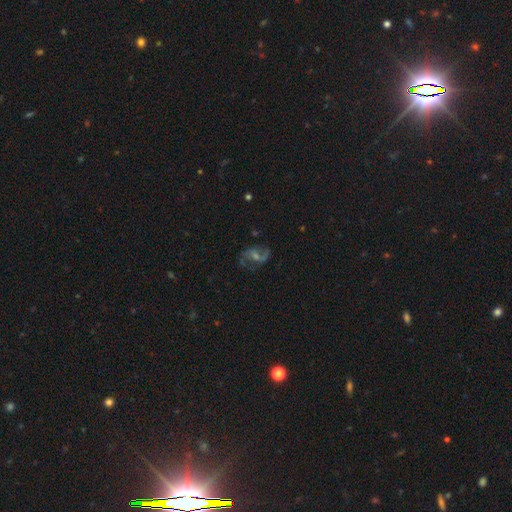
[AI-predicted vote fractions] Smooth or featured?
  - featured or disk: 78% *
  - star or artifact: 13%
  - smooth: 9%
Edge-on disk?
  - no: 97% *
  - yes: 3%
Bar?
  - weak: 48% *
  - no: 34%
  - strong: 18%
Spiral arms?
  - yes: 95% *
  - no: 5%
Spiral winding?
  - medium: 47% *
  - loose: 40%
  - tight: 12%
Spiral arm count?
  - 2: 89% *
  - can't tell: 4%
  - 1: 2%
  - 3: 2%
  - 4: 1%
  - more than 4: 1%
Bulge size?
  - small: 45% *
  - moderate: 43%
  - none: 6%
  - large: 4%
  - dominant: 1%
Merging?
  - none: 77% *
  - minor disturbance: 13%
  - major disturbance: 8%
  - merger: 2%